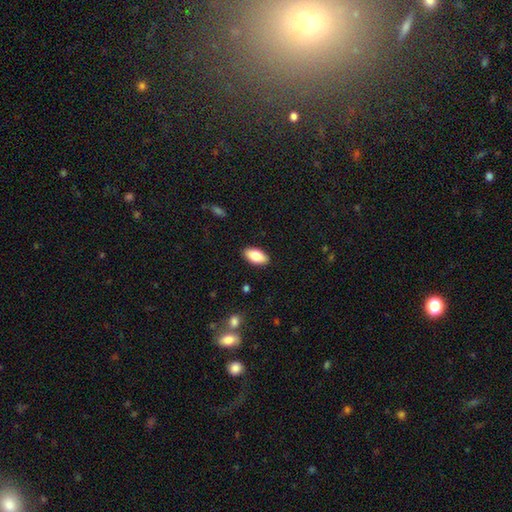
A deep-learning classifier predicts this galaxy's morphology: A smooth galaxy with no disk features (82%) that is in between round and cigar-shaped (92%).

Vote fractions:
- Smooth or featured? smooth: 82% / featured or disk: 12% / star or artifact: 7%
- How rounded? in between: 92% / cigar-shaped: 6% / round: 3%
- Merging? none: 89% / minor disturbance: 8% / major disturbance: 2% / merger: 1%